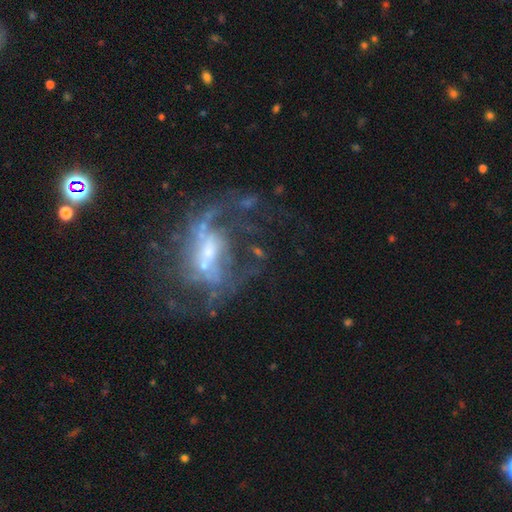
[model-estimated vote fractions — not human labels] Overall: featured or disk (75%). Edge-on disk: no (93%). Bar: weak (40%; no 33%). Spiral arms: yes (70%). Bulge size: small (49%; moderate 34%). Merging: none (45%; major disturbance 34%).